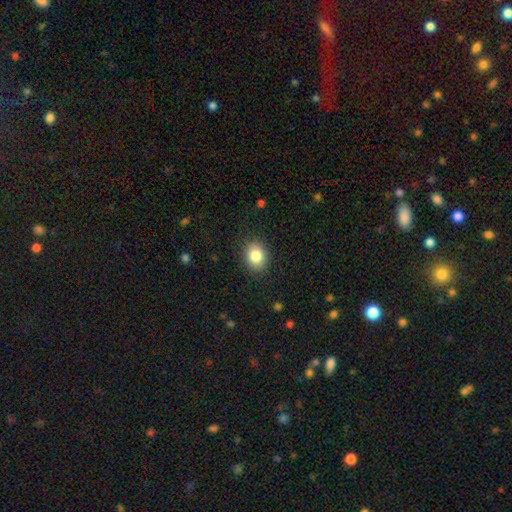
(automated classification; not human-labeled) Morphology: type=smooth (84%); roundness=round (51%); merging=none (87%).